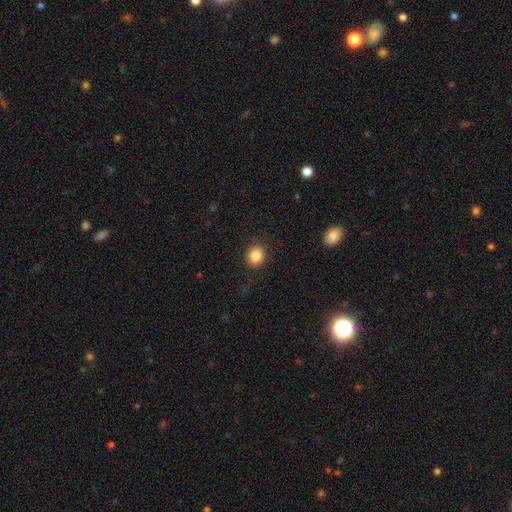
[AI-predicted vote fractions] smooth-or-featured: smooth: 85% | star or artifact: 10% | featured or disk: 5%
  how-rounded: round: 79% | in between: 20% | cigar-shaped: 1%
  merging: none: 88% | minor disturbance: 8% | major disturbance: 3% | merger: 1%